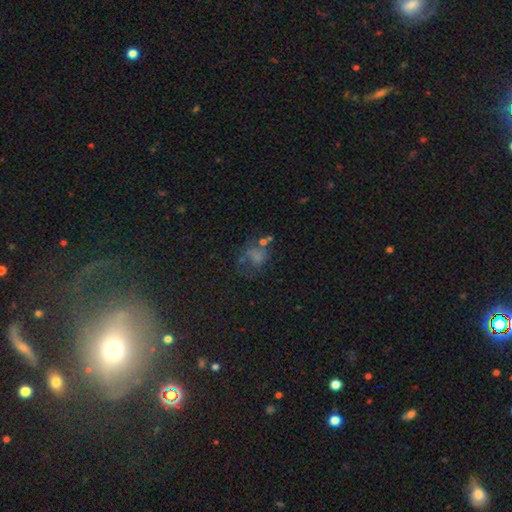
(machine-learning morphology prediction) This is possibly a smooth galaxy (49%). Merging: marginally none (38%).